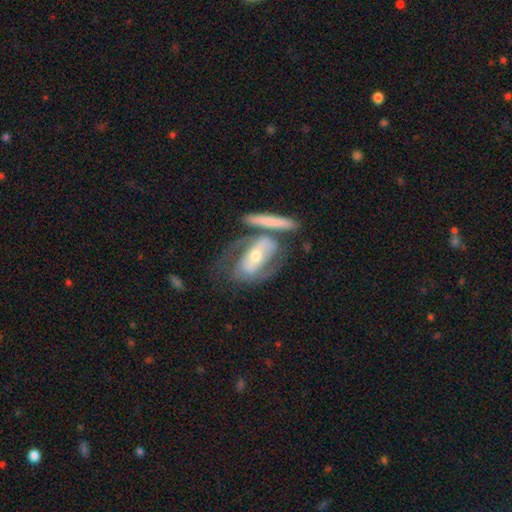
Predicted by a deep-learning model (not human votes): A featured or disk galaxy (67%) with no bar (36%, tied with strong), spiral arms (72%) and a moderate central bulge (51%).

Vote fractions:
- Smooth or featured? featured or disk: 67% / smooth: 27% / star or artifact: 6%
- Edge-on disk? no: 87% / yes: 13%
- Bar? no: 36% (tied) / strong: 36% (tied) / weak: 28%
- Spiral arms? yes: 72% / no: 28%
- Bulge size? moderate: 51% / small: 42% / large: 4% / none: 2% / dominant: 1%
- Merging? none: 39% / merger: 28% / minor disturbance: 17% / major disturbance: 16%